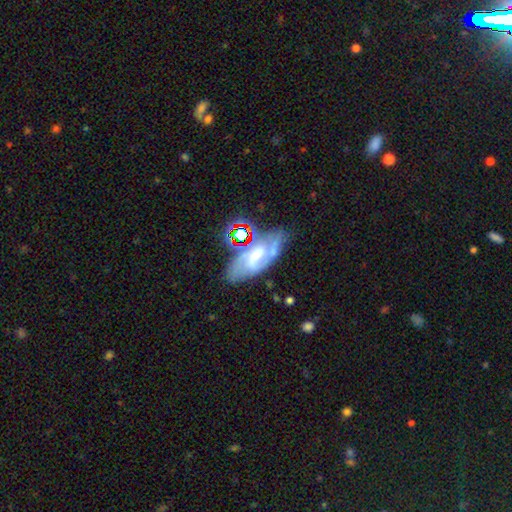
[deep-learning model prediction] Smooth or featured? featured or disk (68%)
Edge-on disk? no (90%)
Bar? weak (46%)
Spiral arms? yes (84%)
Spiral winding? medium (47%)
Spiral arm count? 2 (48%)
Bulge size? moderate (39%)
Merging? none (53%)